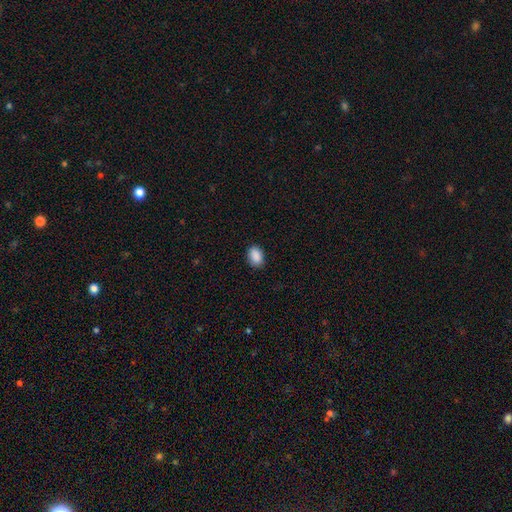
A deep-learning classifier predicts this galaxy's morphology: The model was most divided on "how rounded": in between: 84%, round: 14%, cigar-shaped: 1%. More confident: smooth or featured — smooth (90%); merging — none (88%).